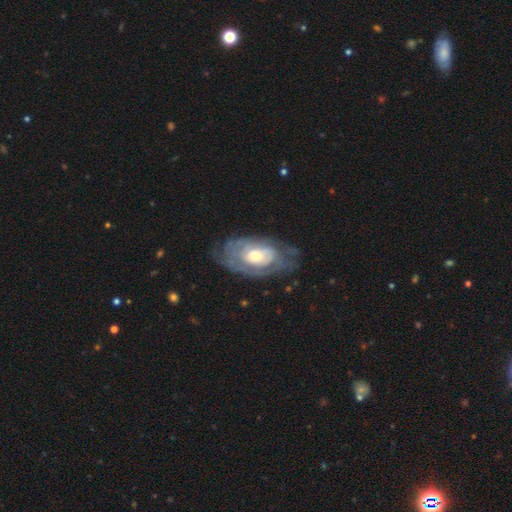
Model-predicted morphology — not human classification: The model was most divided on "bulge size": moderate: 57%, small: 21%, large: 19%, dominant: 2%, none: 2%. More confident: edge-on disk — no (94%); bar — no (79%); smooth or featured — featured or disk (71%); spiral arms — yes (69%); merging — none (60%).